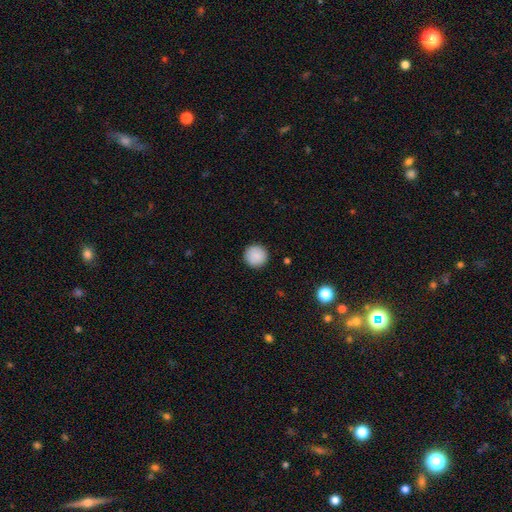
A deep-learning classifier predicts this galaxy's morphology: type=smooth (89%); roundness=round (96%); merging=none (92%).